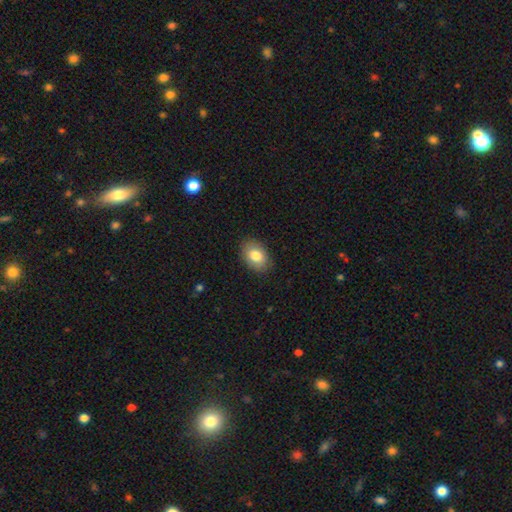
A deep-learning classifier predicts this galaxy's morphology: A smooth galaxy with no disk features (82%) that is in between round and cigar-shaped (83%). Merging: none (87%).